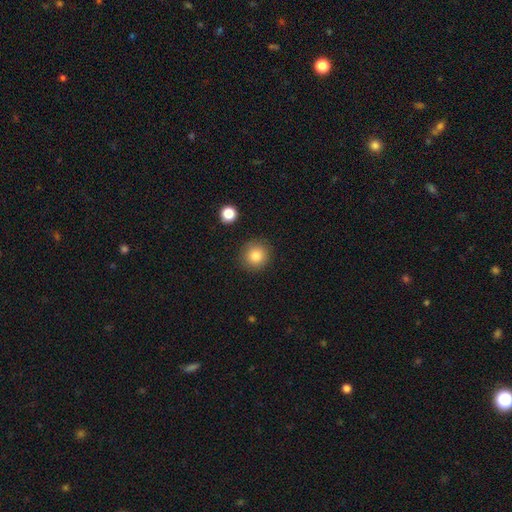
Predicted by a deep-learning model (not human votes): This appears to be a smooth galaxy with no disk features (83%) that is round (92%). Merging: none (88%).